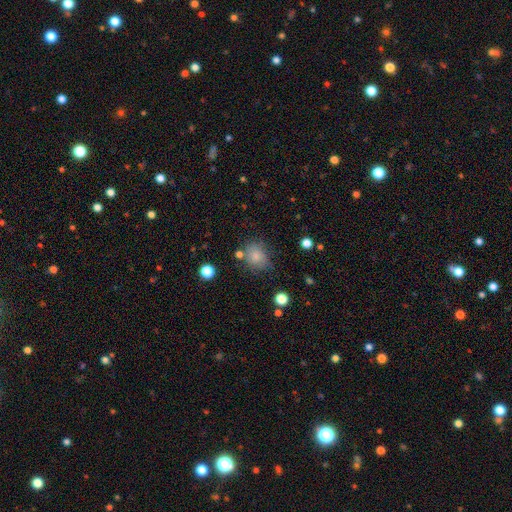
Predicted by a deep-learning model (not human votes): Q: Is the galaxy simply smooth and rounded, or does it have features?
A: smooth — 81%.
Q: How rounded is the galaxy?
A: round — 61%.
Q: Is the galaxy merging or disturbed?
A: none — 69%.